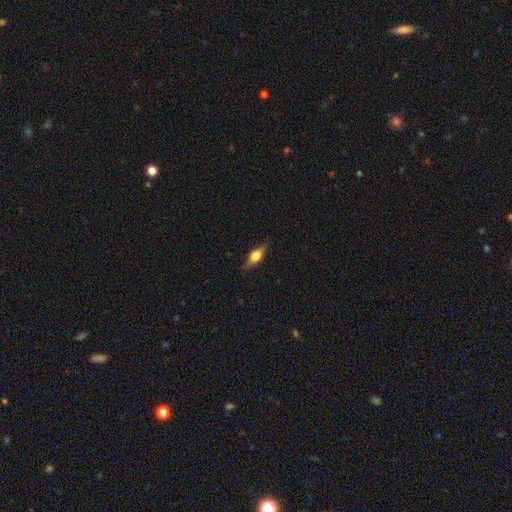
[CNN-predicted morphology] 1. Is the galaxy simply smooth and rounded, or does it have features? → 52% smooth, 40% featured or disk, 8% star or artifact.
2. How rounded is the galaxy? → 69% in between, 23% cigar-shaped, 8% round.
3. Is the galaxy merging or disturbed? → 80% none, 16% minor disturbance, 3% major disturbance, 1% merger.